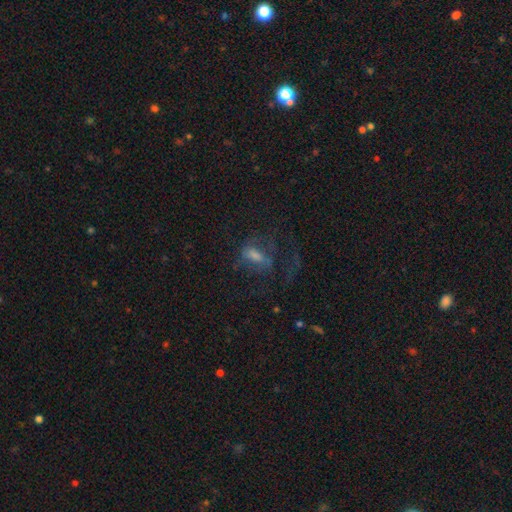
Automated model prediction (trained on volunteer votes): Smooth or featured: featured or disk — 43% (smooth — 38%)
Merging: major disturbance — 46% (none — 35%)